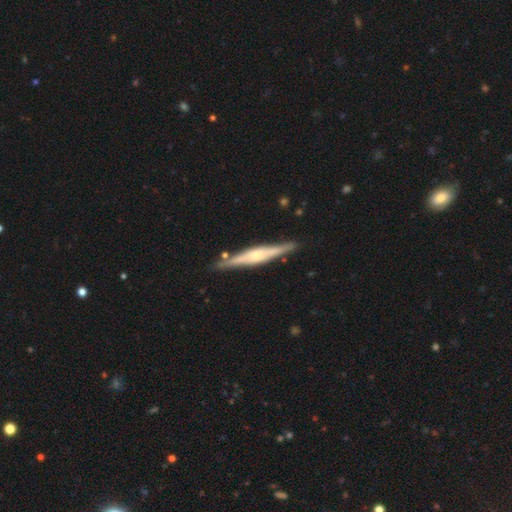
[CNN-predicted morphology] featured or disk 76%, smooth 19%, star or artifact 5%. Down the decision tree: edge-on disk — yes (97%); edge-on bulge — rounded (69%); merging — none (86%).